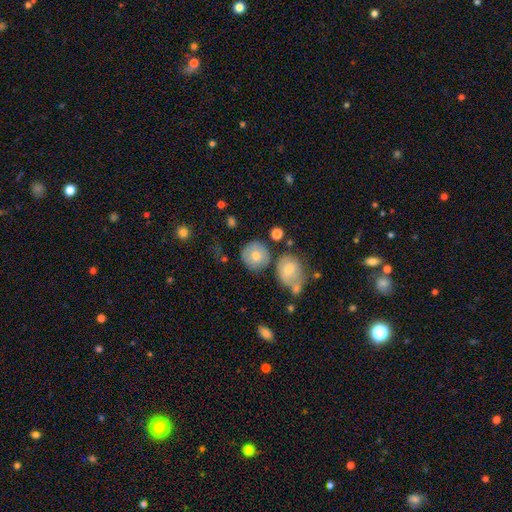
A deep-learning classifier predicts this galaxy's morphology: Smooth or featured? smooth (78%)
How rounded? round (89%)
Merging? none (70%)